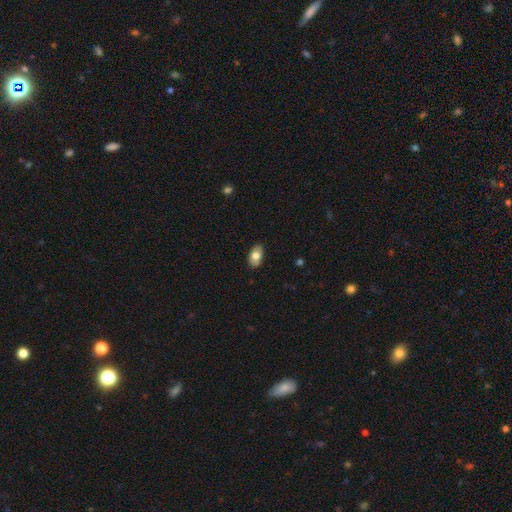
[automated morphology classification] A smooth galaxy with no disk features (76%) that is in between round and cigar-shaped (93%). Merging: none (86%).